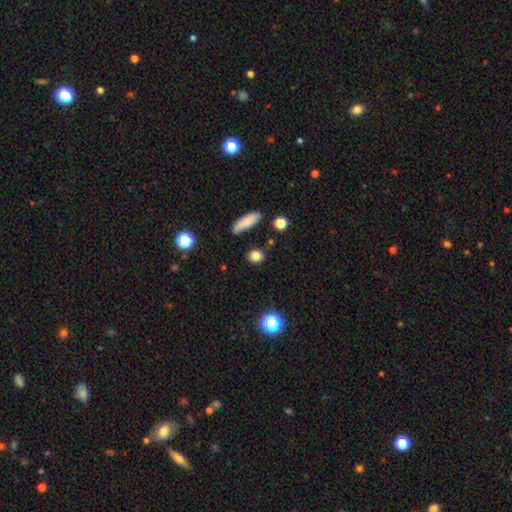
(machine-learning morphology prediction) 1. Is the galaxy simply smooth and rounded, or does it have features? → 82% smooth, 12% star or artifact, 5% featured or disk.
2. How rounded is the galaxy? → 70% round, 26% in between, 4% cigar-shaped.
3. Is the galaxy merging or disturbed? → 85% none, 9% minor disturbance, 3% merger, 3% major disturbance.